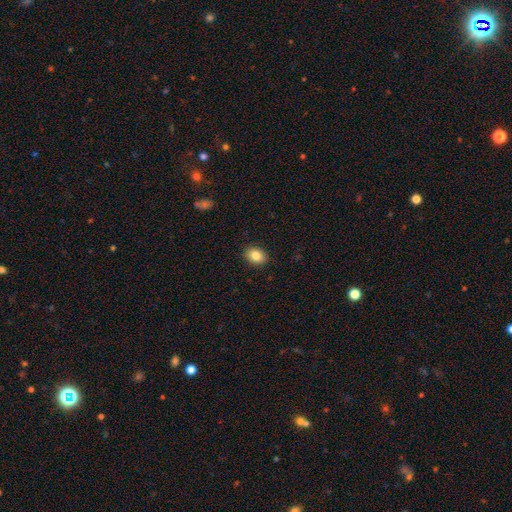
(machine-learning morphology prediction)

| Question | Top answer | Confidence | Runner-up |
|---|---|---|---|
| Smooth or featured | smooth | 85% | star or artifact (8%) |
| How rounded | in between | 71% | round (28%) |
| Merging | none | 90% | minor disturbance (7%) |